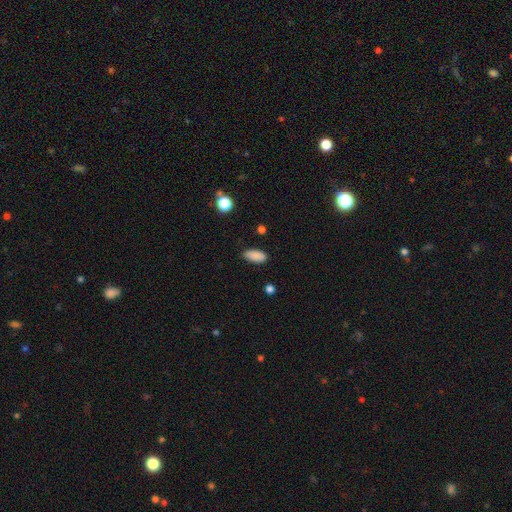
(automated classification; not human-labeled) Smooth or featured?
  - smooth: 88% *
  - star or artifact: 8%
  - featured or disk: 4%
How rounded?
  - in between: 89% *
  - cigar-shaped: 8%
  - round: 3%
Merging?
  - none: 84% *
  - minor disturbance: 12%
  - major disturbance: 2%
  - merger: 1%